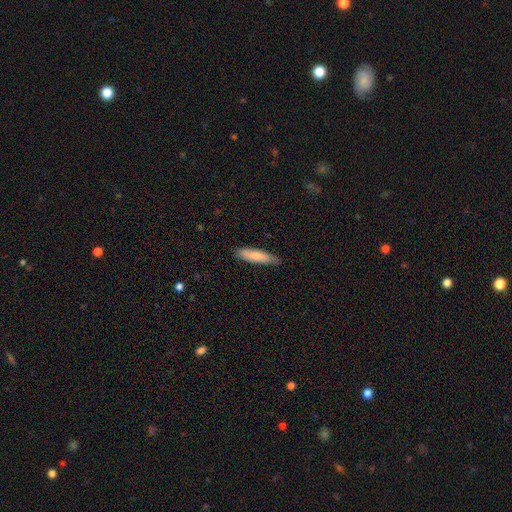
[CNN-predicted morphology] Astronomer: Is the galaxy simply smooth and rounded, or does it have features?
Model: smooth — 77%.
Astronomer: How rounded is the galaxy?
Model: cigar-shaped — 77%.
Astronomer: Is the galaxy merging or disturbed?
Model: none — 82%.